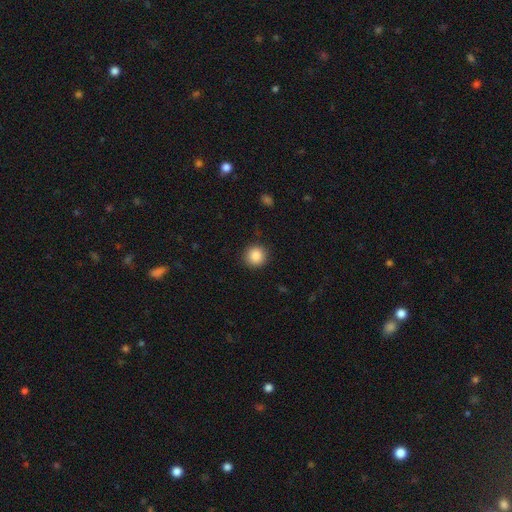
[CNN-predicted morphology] Smooth or featured?
  - smooth: 87% *
  - star or artifact: 9%
  - featured or disk: 4%
How rounded?
  - round: 93% *
  - in between: 6%
  - cigar-shaped: 1%
Merging?
  - none: 90% *
  - minor disturbance: 7%
  - major disturbance: 2%
  - merger: 1%